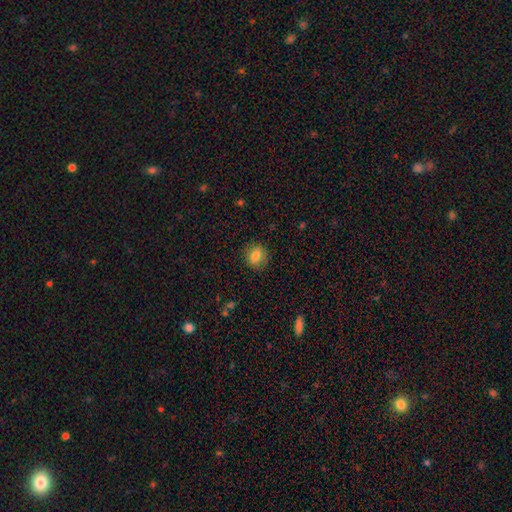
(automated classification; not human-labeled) smooth 81%, star or artifact 10%, featured or disk 9%. Down the decision tree: how rounded — round (76%); merging — none (85%).